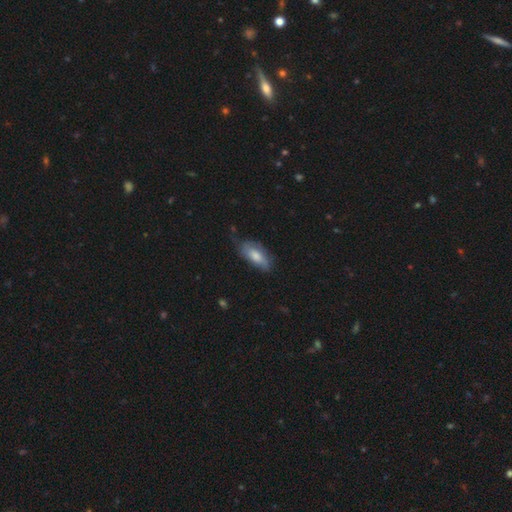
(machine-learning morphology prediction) Smooth or featured: smooth — 67% (featured or disk — 27%)
How rounded: in between — 83% (cigar-shaped — 15%)
Merging: none — 50% (minor disturbance — 36%)